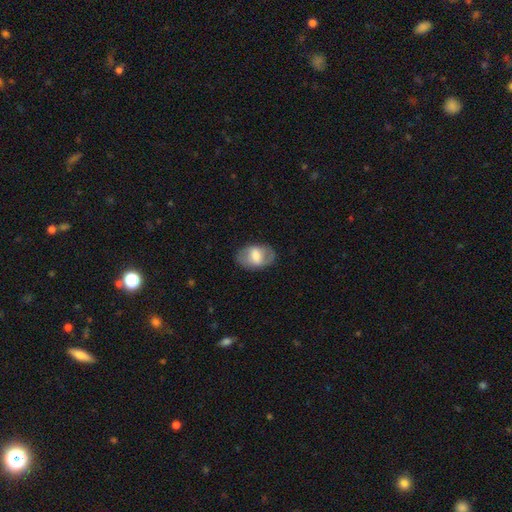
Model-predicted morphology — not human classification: smooth-or-featured: smooth: 55% | featured or disk: 38% | star or artifact: 7%
  how-rounded: in between: 86% | round: 13% | cigar-shaped: 1%
  merging: none: 79% | minor disturbance: 14% | major disturbance: 6% | merger: 1%